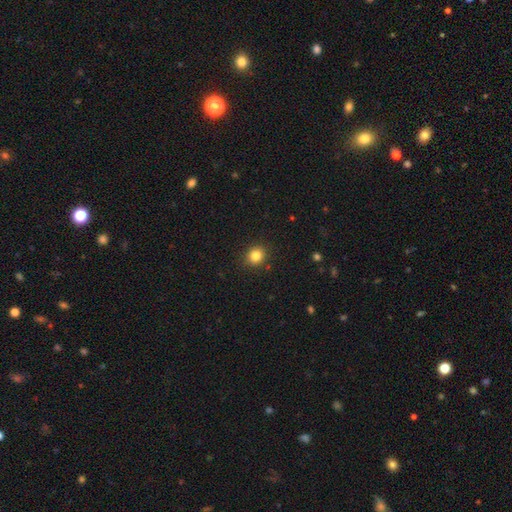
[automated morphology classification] Smooth or featured?
  - smooth: 83% *
  - star or artifact: 11%
  - featured or disk: 5%
How rounded?
  - round: 78% *
  - in between: 21%
  - cigar-shaped: 1%
Merging?
  - none: 90% *
  - minor disturbance: 7%
  - major disturbance: 2%
  - merger: 1%